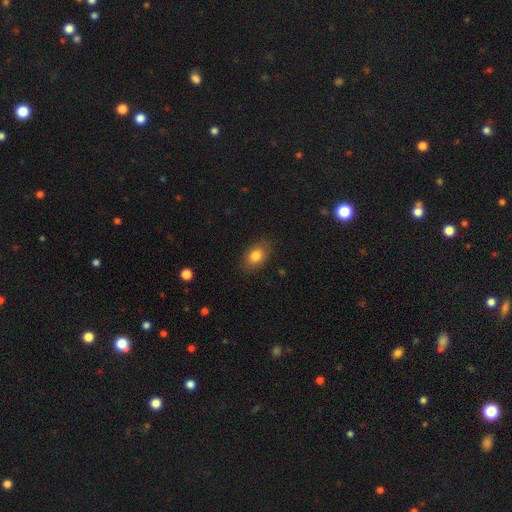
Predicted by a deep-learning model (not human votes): smooth_or_featured: smooth (p=0.82) [alt: featured or disk p=0.10]
how_rounded: in between (p=0.83) [alt: round p=0.15]
merging: none (p=0.83) [alt: minor disturbance p=0.13]